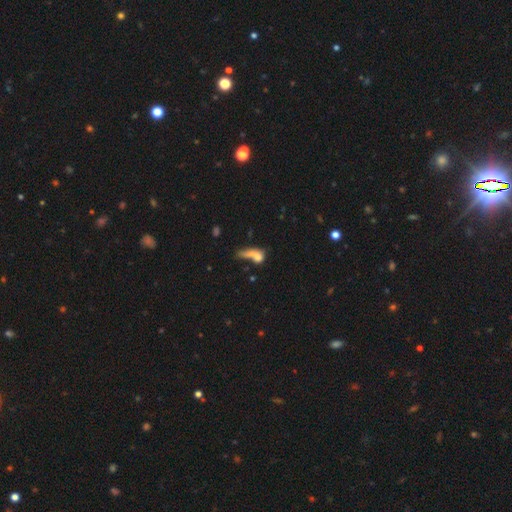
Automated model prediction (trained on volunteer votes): Overall: smooth (62%; featured or disk 25%). How rounded: in between (41%; cigar-shaped 31%). Merging: merger (36%; none 27%).